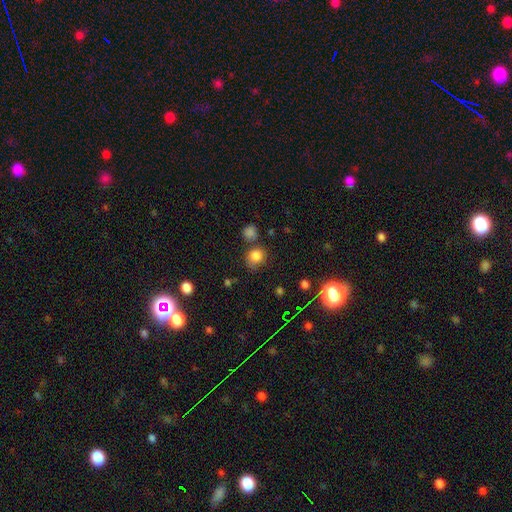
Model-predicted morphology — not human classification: type=smooth (81%); roundness=round (78%); merging=none (68%).